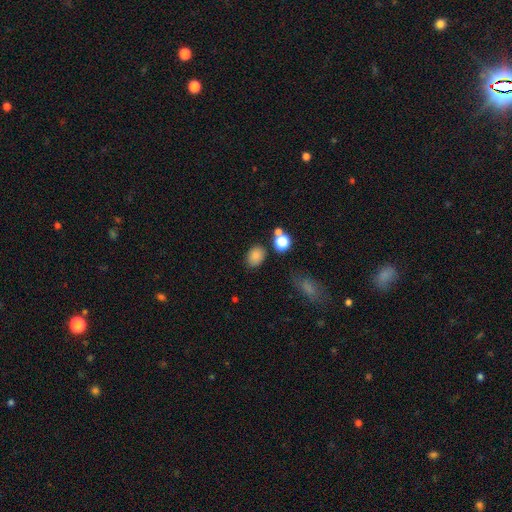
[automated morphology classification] smooth 82%, star or artifact 12%, featured or disk 6%. Down the decision tree: how rounded — in between (65%); merging — none (77%).